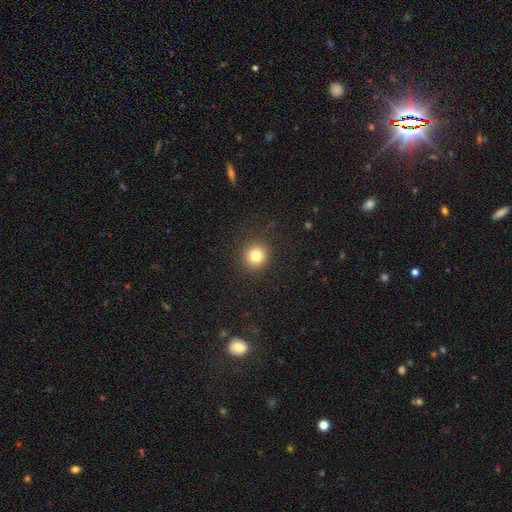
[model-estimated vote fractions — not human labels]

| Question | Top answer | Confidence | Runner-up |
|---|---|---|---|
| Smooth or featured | smooth | 81% | star or artifact (13%) |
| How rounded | round | 93% | in between (6%) |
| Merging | none | 91% | minor disturbance (6%) |